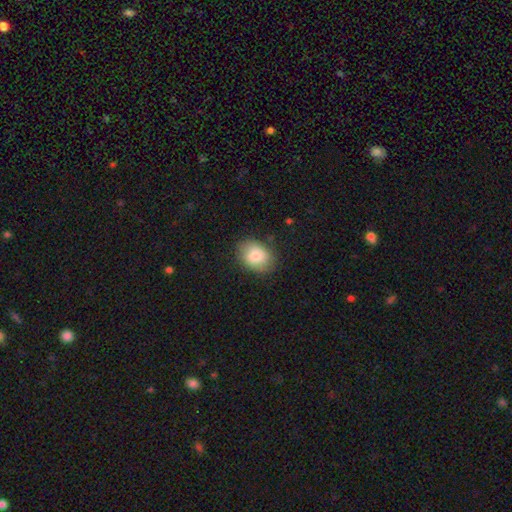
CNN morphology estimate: smooth_or_featured: smooth (p=0.80) [alt: featured or disk p=0.12]
how_rounded: in between (p=0.62) [alt: round p=0.37]
merging: none (p=0.80) [alt: minor disturbance p=0.15]